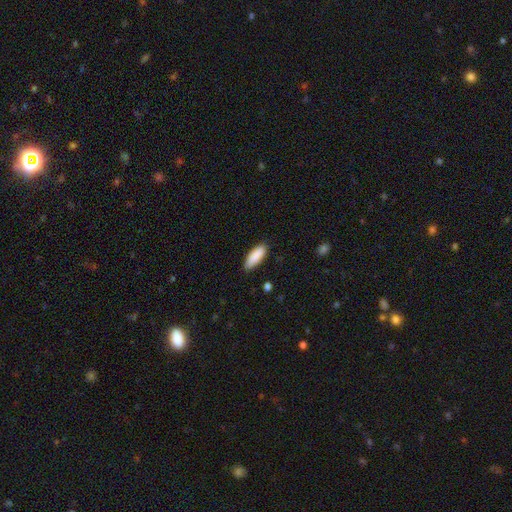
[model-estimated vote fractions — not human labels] This appears to be a smooth galaxy with no disk features (89%) that is in between round and cigar-shaped (68%). Merging: none (85%).